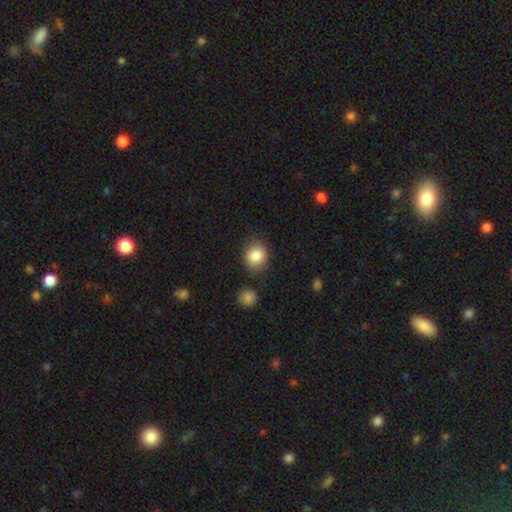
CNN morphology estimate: This is clearly a smooth galaxy (86%). How rounded: likely round (69%). Merging: likely none (80%).